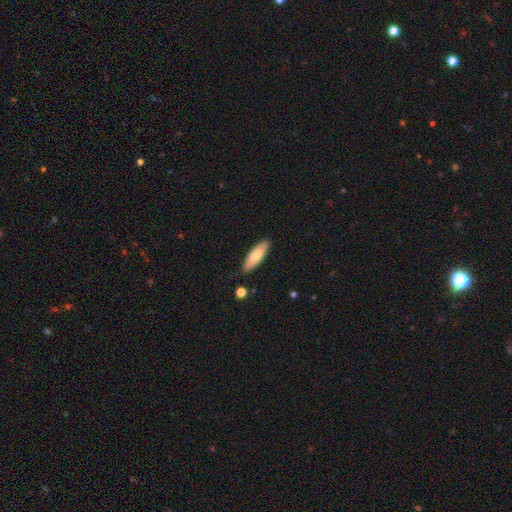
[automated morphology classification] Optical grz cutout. It shows a smooth galaxy with no disk features (75%) that is in between round and cigar-shaped (52%). Merging: none (84%).